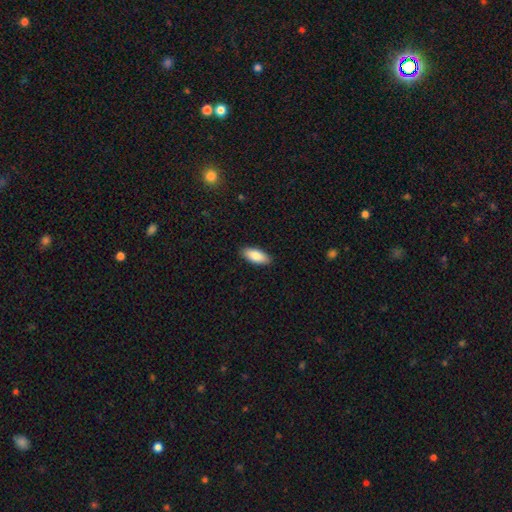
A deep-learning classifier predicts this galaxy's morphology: A smooth galaxy with no disk features (87%) that is in between round and cigar-shaped (84%). Merging: none (90%).